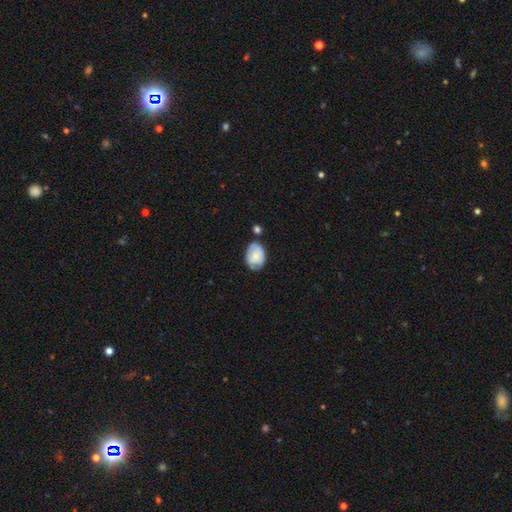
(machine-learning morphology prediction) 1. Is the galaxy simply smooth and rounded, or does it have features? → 69% smooth, 23% featured or disk, 7% star or artifact.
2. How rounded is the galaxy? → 82% in between, 17% round, 1% cigar-shaped.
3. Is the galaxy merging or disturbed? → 57% none, 28% minor disturbance, 9% merger, 7% major disturbance.